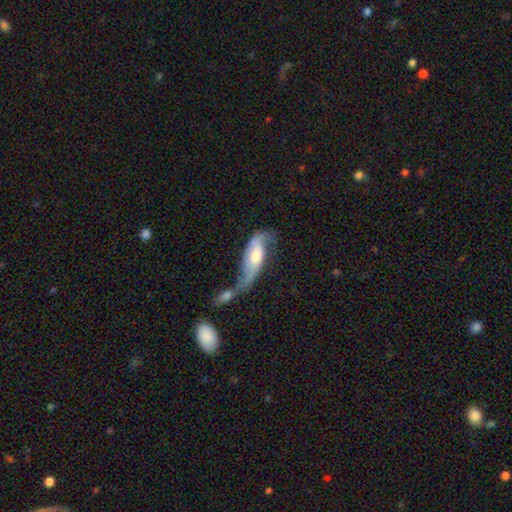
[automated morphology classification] A featured or disk galaxy (64%) with no bar (54%), spiral arms (81%) and a moderate central bulge (60%). Merging: merger (52%).